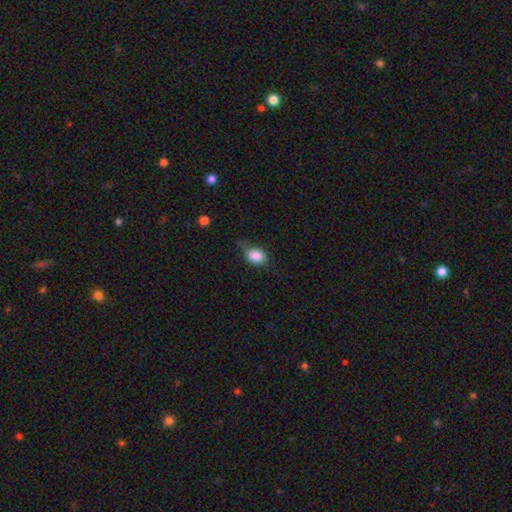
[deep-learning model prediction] smooth-or-featured: smooth: 87% | star or artifact: 8% | featured or disk: 5%
  how-rounded: in between: 76% | round: 23% | cigar-shaped: 1%
  merging: none: 60% | minor disturbance: 30% | major disturbance: 8% | merger: 2%